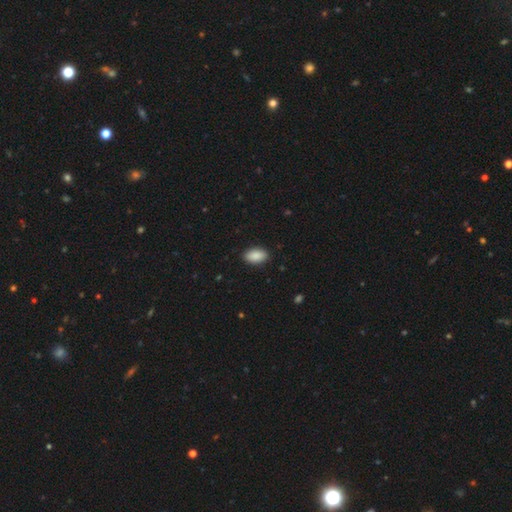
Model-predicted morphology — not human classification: This appears to be a smooth galaxy with no disk features (91%) that is in between round and cigar-shaped (94%). Merging: none (89%).